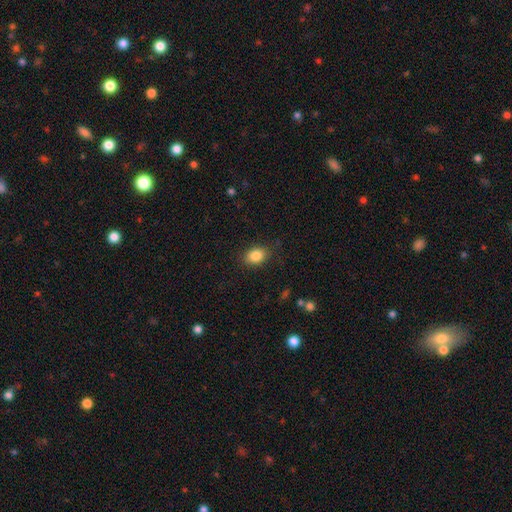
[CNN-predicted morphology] smooth_or_featured: smooth (p=0.86) [alt: star or artifact p=0.09]
how_rounded: in between (p=0.74) [alt: round p=0.25]
merging: none (p=0.83) [alt: minor disturbance p=0.12]